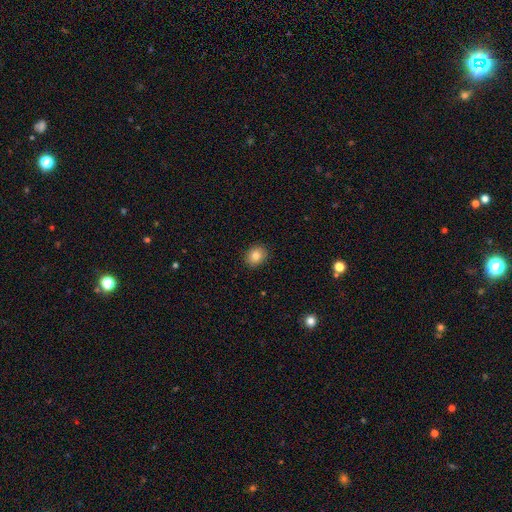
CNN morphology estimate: A smooth galaxy with no disk features (84%) that is round (58%).

Vote fractions:
- Smooth or featured? smooth: 84% / star or artifact: 10% / featured or disk: 6%
- How rounded? round: 58% / in between: 41% / cigar-shaped: 1%
- Merging? none: 90% / minor disturbance: 7% / major disturbance: 2% / merger: 1%